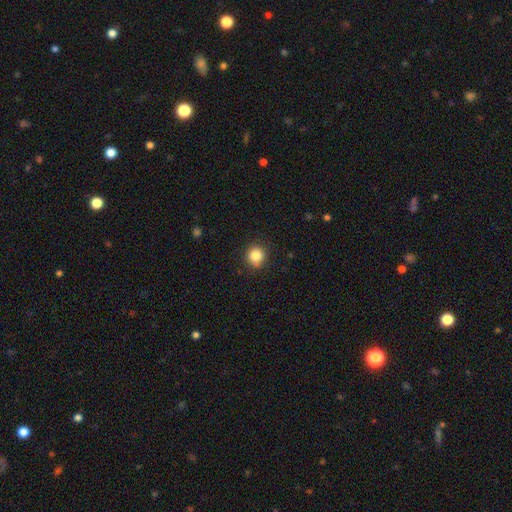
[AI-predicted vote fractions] smooth-or-featured: smooth: 85% | star or artifact: 10% | featured or disk: 5%
  how-rounded: round: 89% | in between: 10% | cigar-shaped: 1%
  merging: none: 86% | minor disturbance: 10% | major disturbance: 2% | merger: 1%